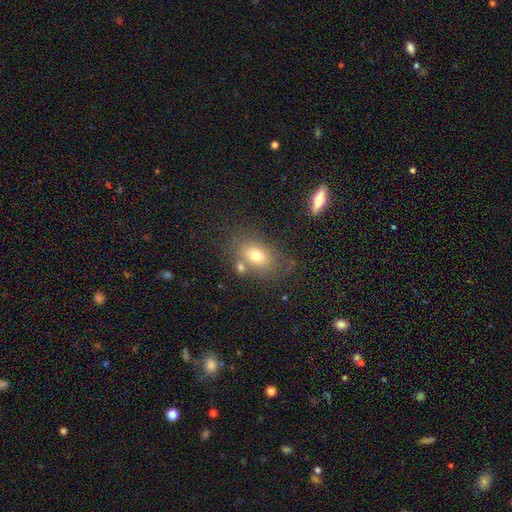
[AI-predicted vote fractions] This appears to be a smooth galaxy with no disk features (73%) that is in between round and cigar-shaped (80%). Merging: none (64%).